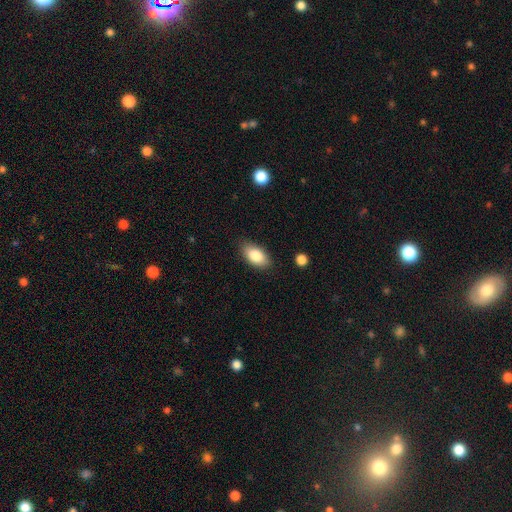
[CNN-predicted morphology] Smooth or featured: smooth — 85% (featured or disk — 8%)
How rounded: in between — 93% (round — 4%)
Merging: none — 84% (minor disturbance — 12%)